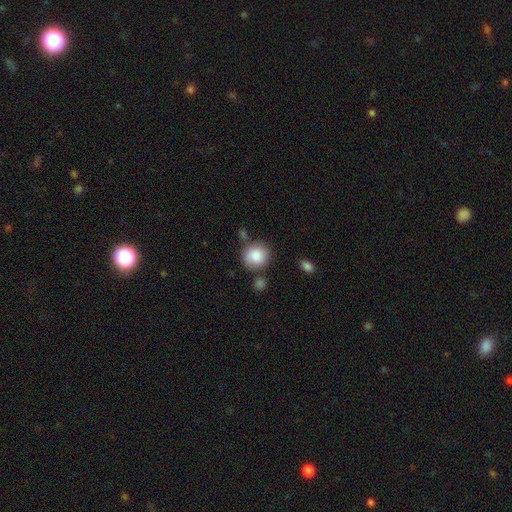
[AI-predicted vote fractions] Q: Smooth or featured?
A: smooth (87%); runner-up: star or artifact (7%)
Q: How rounded?
A: round (86%); runner-up: in between (13%)
Q: Merging?
A: none (71%); runner-up: minor disturbance (15%)